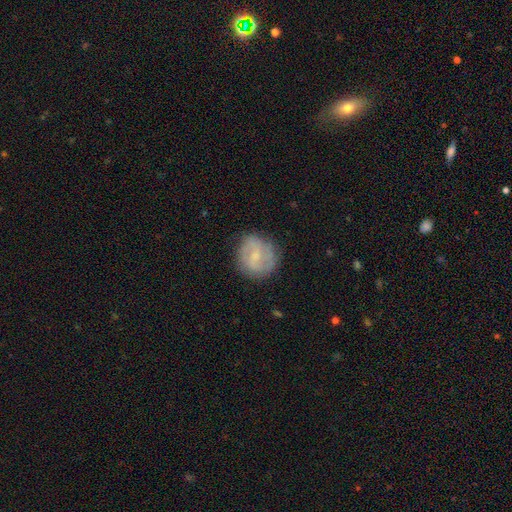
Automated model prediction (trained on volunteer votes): Smooth or featured: featured or disk — 50% (smooth — 43%)
Edge-on disk: no — 97% (yes — 3%)
Merging: none — 76% (minor disturbance — 17%)